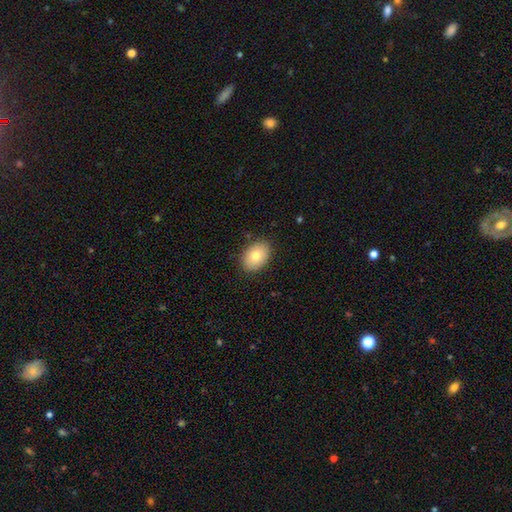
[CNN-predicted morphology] A smooth galaxy with no disk features (77%) that is in between round and cigar-shaped (79%).

Vote fractions:
- Smooth or featured? smooth: 77% / featured or disk: 15% / star or artifact: 8%
- How rounded? in between: 79% / round: 20% / cigar-shaped: 1%
- Merging? none: 87% / minor disturbance: 10% / major disturbance: 2% / merger: 1%